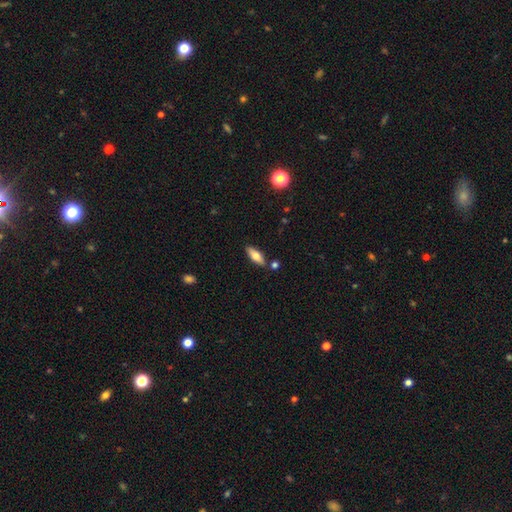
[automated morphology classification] Smooth or featured: smooth — 62% (featured or disk — 31%)
How rounded: in between — 65% (cigar-shaped — 33%)
Merging: none — 82% (minor disturbance — 10%)